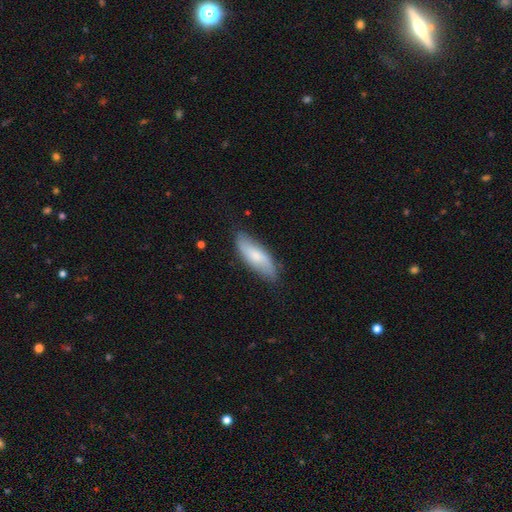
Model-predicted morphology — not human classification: smooth 63%, featured or disk 31%, star or artifact 6%. Down the decision tree: how rounded — in between (63%); merging — none (76%).